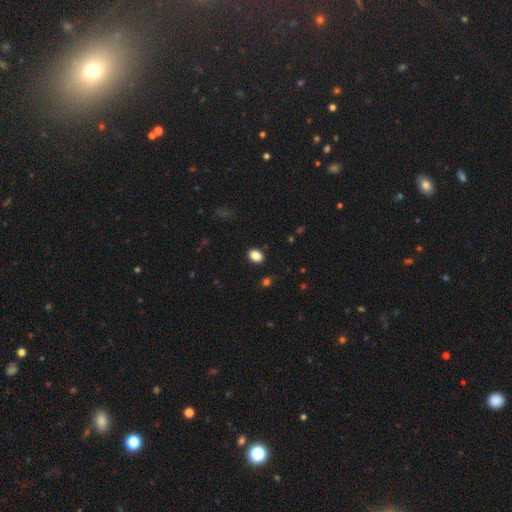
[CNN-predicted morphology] A smooth galaxy with no disk features (87%) that is in between round and cigar-shaped (75%).

Vote fractions:
- Smooth or featured? smooth: 87% / star or artifact: 9% / featured or disk: 4%
- How rounded? in between: 75% / round: 24% / cigar-shaped: 1%
- Merging? none: 89% / minor disturbance: 8% / major disturbance: 2% / merger: 1%